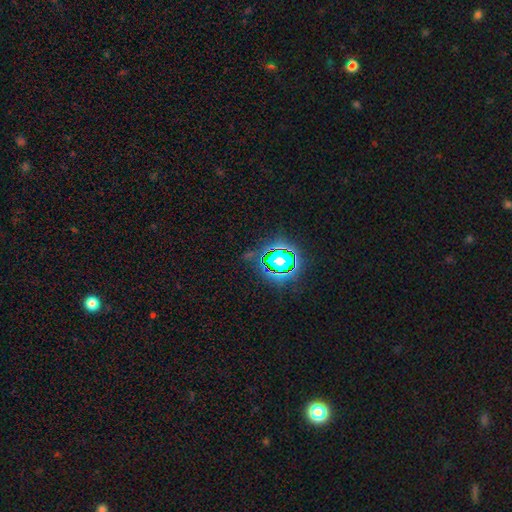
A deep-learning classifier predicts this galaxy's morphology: Smooth or featured: star or artifact — 78% (smooth — 14%)